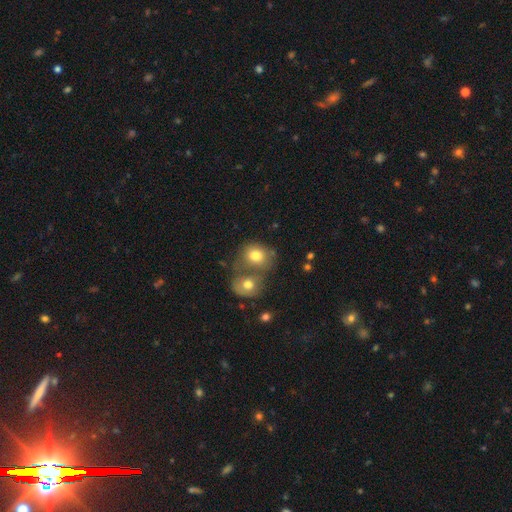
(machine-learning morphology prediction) A smooth galaxy with no disk features (76%) that is round (66%).

Vote fractions:
- Smooth or featured? smooth: 76% / featured or disk: 14% / star or artifact: 10%
- How rounded? round: 66% / in between: 33% / cigar-shaped: 1%
- Merging? merger: 51% / none: 34% / minor disturbance: 10% / major disturbance: 5%